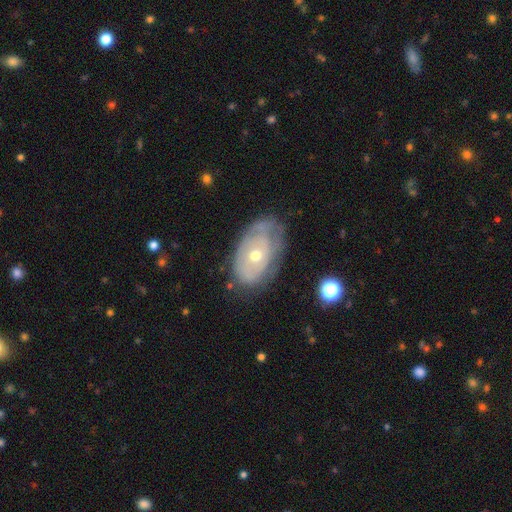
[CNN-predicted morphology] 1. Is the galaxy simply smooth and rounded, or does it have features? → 62% featured or disk, 31% smooth, 7% star or artifact.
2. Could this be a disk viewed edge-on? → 92% no, 8% yes.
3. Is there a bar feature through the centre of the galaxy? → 87% no, 11% weak, 2% strong.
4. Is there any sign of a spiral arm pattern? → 56% no, 44% yes.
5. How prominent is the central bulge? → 56% moderate, 40% small, 2% large, 1% none, 1% dominant.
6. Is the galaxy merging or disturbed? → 56% none, 29% minor disturbance, 12% major disturbance, 2% merger.